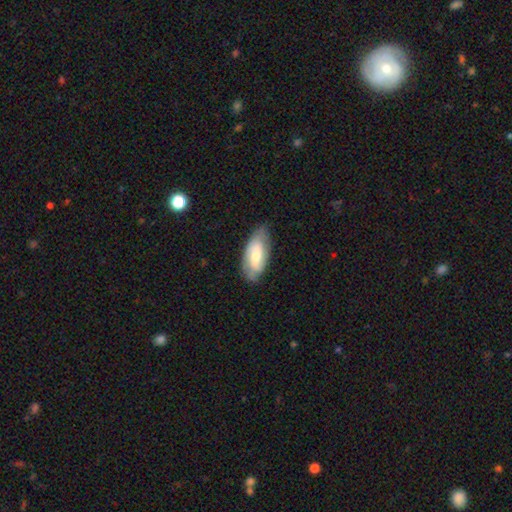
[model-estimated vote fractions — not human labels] smooth_or_featured: featured or disk (p=0.51) [alt: smooth p=0.43]
disk_edge_on: no (p=0.89) [alt: yes p=0.11]
merging: none (p=0.74) [alt: minor disturbance p=0.20]